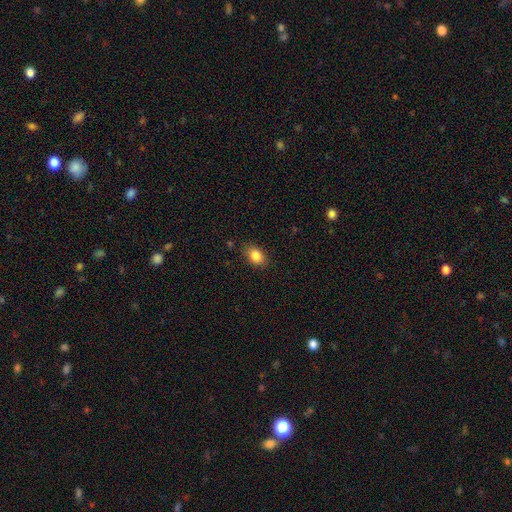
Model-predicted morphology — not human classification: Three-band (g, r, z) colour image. It shows a smooth galaxy with no disk features (85%) that is in between round and cigar-shaped (80%). Merging: none (84%).